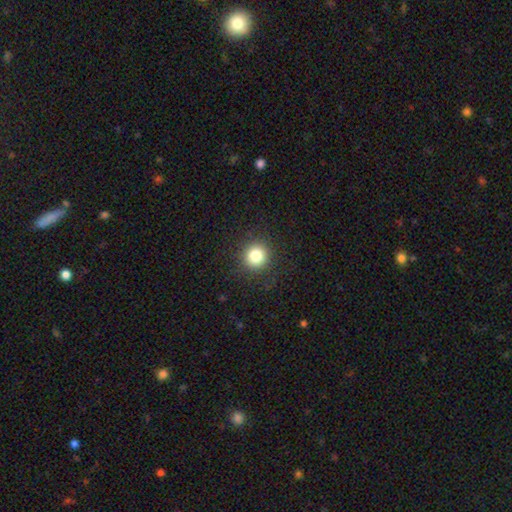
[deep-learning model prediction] This is clearly a smooth galaxy (82%). How rounded: clearly round (93%). Merging: clearly none (91%).